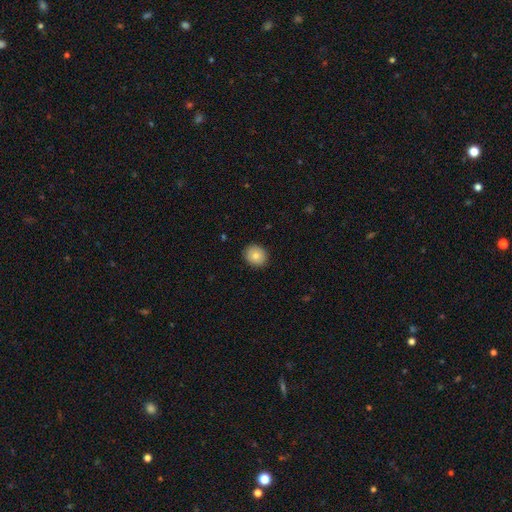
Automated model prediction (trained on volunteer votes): Morphology: type=smooth (81%); roundness=round (76%); merging=none (90%).